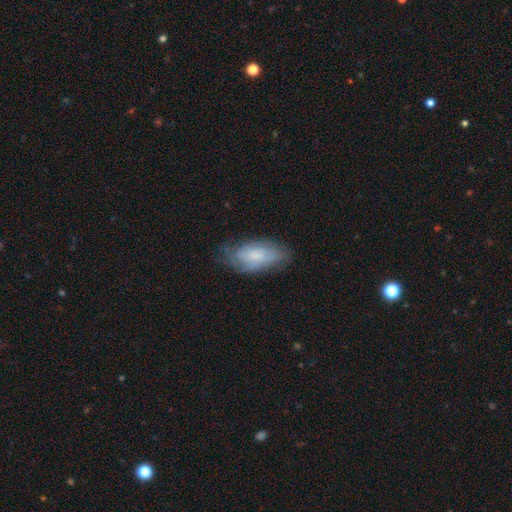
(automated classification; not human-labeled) smooth_or_featured: smooth (p=0.49) [alt: featured or disk p=0.43]
merging: none (p=0.65) [alt: minor disturbance p=0.25]